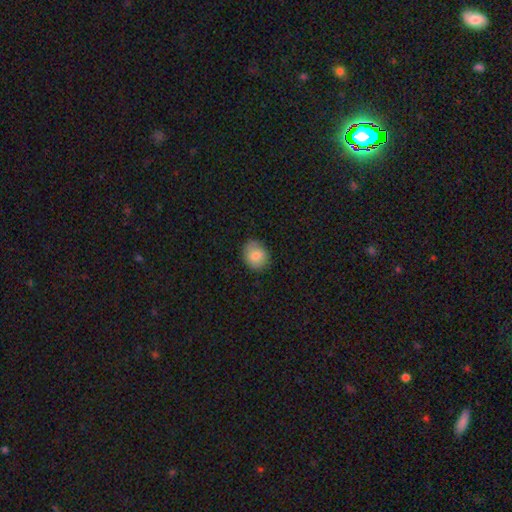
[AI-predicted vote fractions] Smooth or featured? Predicted: smooth (p=0.82). How rounded? Predicted: round (p=0.59). Merging? Predicted: none (p=0.81).